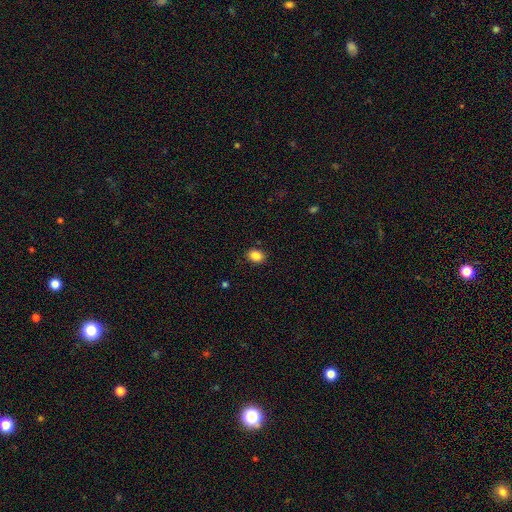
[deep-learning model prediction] A smooth galaxy with no disk features (87%) that is in between round and cigar-shaped (63%). Merging: none (88%).